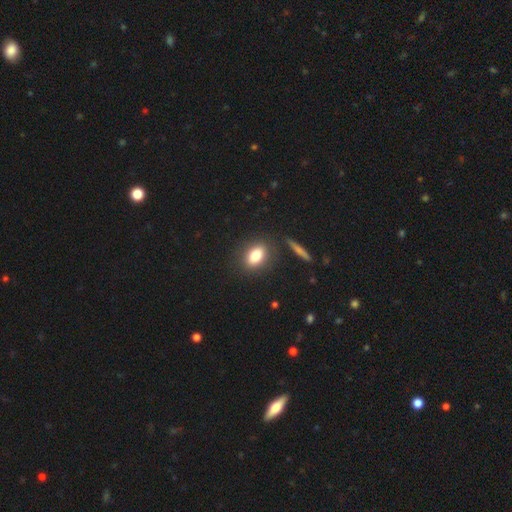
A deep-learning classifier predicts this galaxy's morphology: A smooth galaxy with no disk features (79%) that is in between round and cigar-shaped (75%).

Vote fractions:
- Smooth or featured? smooth: 79% / featured or disk: 11% / star or artifact: 10%
- How rounded? in between: 75% / round: 20% / cigar-shaped: 5%
- Merging? none: 86% / minor disturbance: 9% / major disturbance: 3% / merger: 3%